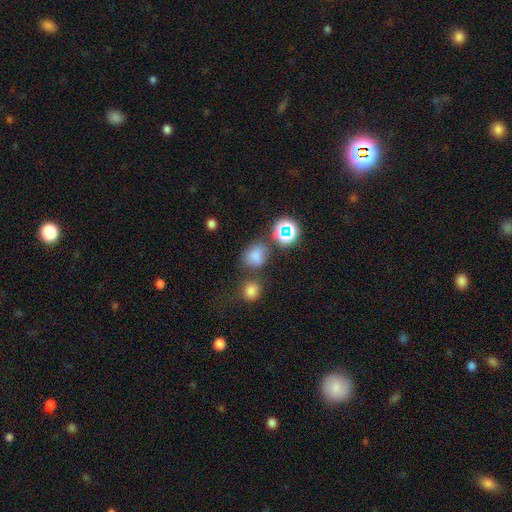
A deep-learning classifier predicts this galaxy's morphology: Smooth or featured? smooth (72%)
How rounded? round (57%)
Merging? none (62%)